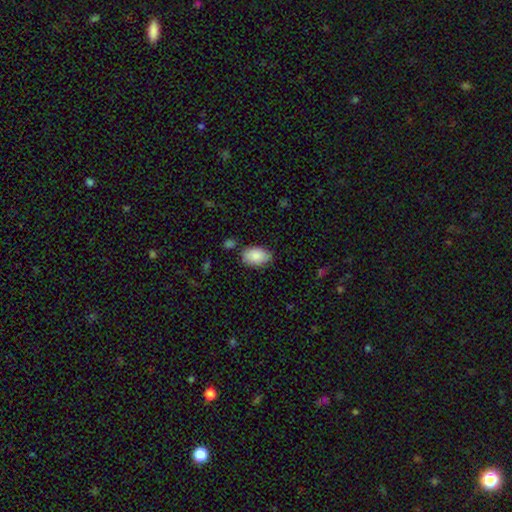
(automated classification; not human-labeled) smooth_or_featured: smooth (p=0.87) [alt: featured or disk p=0.07]
how_rounded: in between (p=0.90) [alt: round p=0.09]
merging: none (p=0.77) [alt: minor disturbance p=0.16]